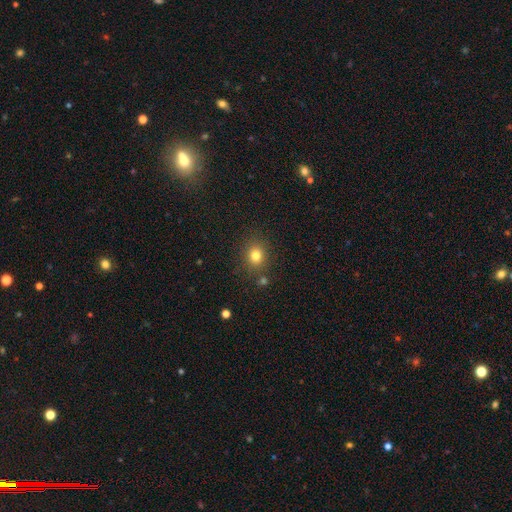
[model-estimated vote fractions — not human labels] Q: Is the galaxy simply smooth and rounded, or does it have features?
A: smooth — 79%.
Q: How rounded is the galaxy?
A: round — 74%.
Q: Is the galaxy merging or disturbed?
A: none — 84%.